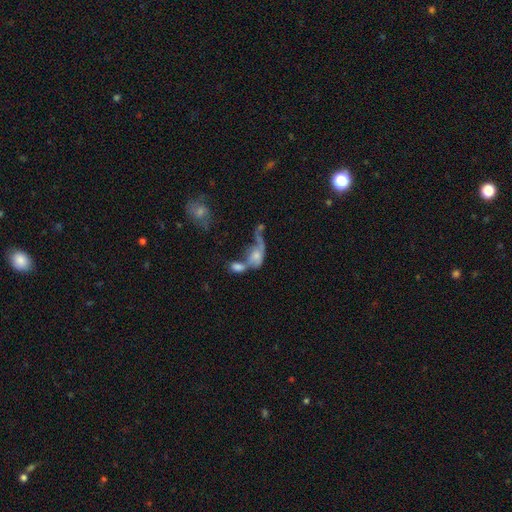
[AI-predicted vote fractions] Smooth or featured?
  - smooth: 47% *
  - featured or disk: 42%
  - star or artifact: 11%
Merging?
  - merger: 57% *
  - major disturbance: 23%
  - none: 12%
  - minor disturbance: 8%